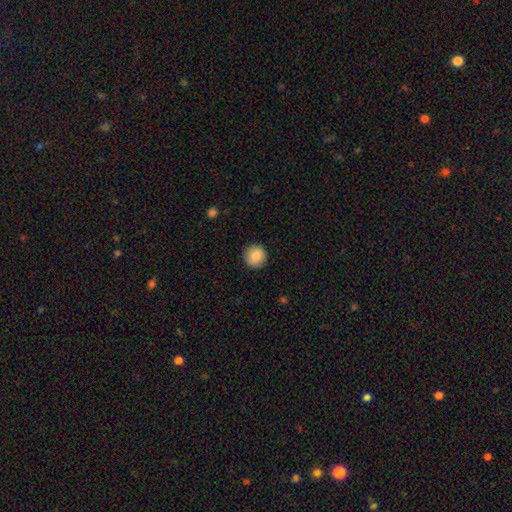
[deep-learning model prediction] smooth_or_featured: smooth (p=0.87) [alt: star or artifact p=0.08]
how_rounded: round (p=0.95) [alt: in between p=0.04]
merging: none (p=0.91) [alt: minor disturbance p=0.06]